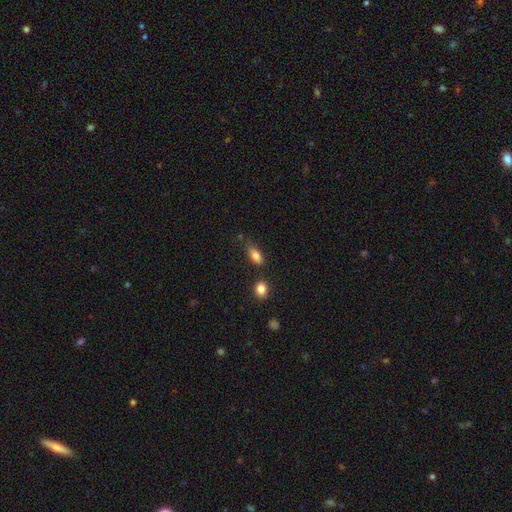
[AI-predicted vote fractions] Smooth or featured: smooth — 83% (star or artifact — 9%)
How rounded: in between — 81% (cigar-shaped — 14%)
Merging: none — 61% (minor disturbance — 24%)